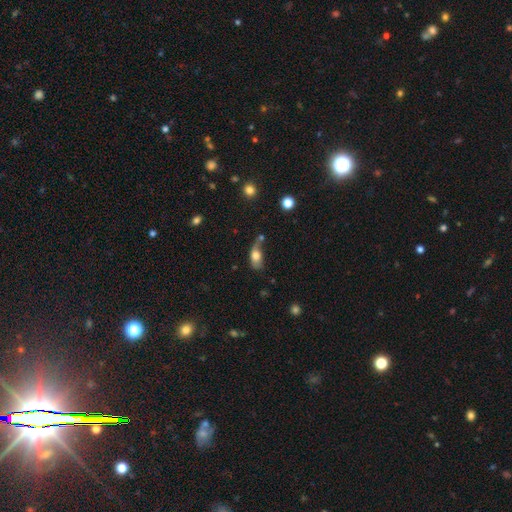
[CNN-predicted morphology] Smooth or featured? smooth (71%)
How rounded? in between (81%)
Merging? none (33%)